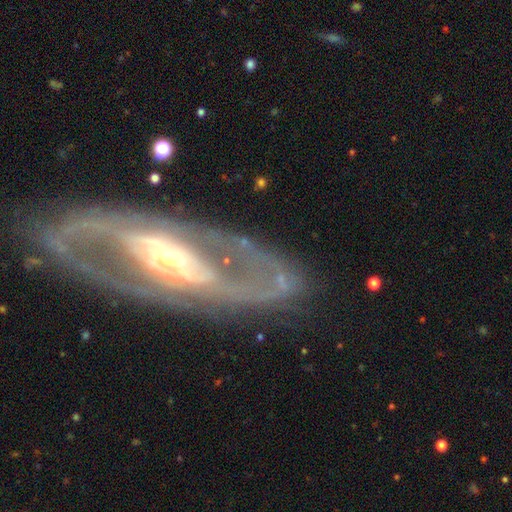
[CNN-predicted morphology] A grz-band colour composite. It shows a featured or disk galaxy (87%) with a strong bar (40%), 2 (86%) medium (48%) spiral arms (86%) and a small central bulge (52%). Merging: none (80%).